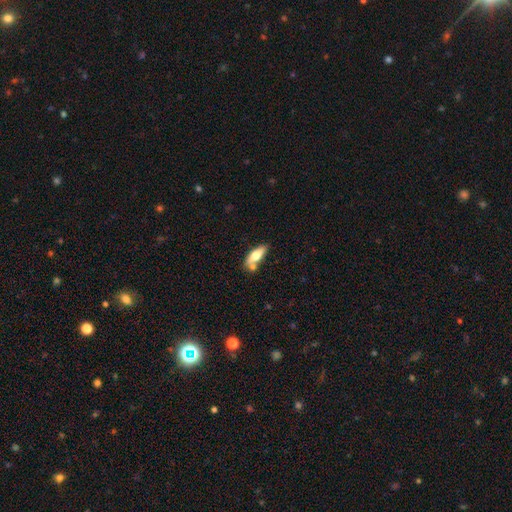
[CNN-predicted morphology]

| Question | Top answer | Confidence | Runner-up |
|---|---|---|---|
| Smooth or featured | smooth | 61% | featured or disk (33%) |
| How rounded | in between | 58% | cigar-shaped (40%) |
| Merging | none | 59% | merger (21%) |